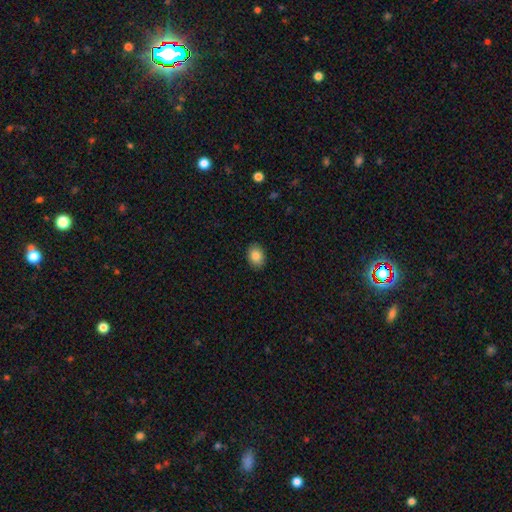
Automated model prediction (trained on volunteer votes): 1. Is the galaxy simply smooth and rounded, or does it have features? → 87% smooth, 8% star or artifact, 5% featured or disk.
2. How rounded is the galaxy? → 71% in between, 28% round, 1% cigar-shaped.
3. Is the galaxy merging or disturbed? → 89% none, 8% minor disturbance, 2% major disturbance, 1% merger.